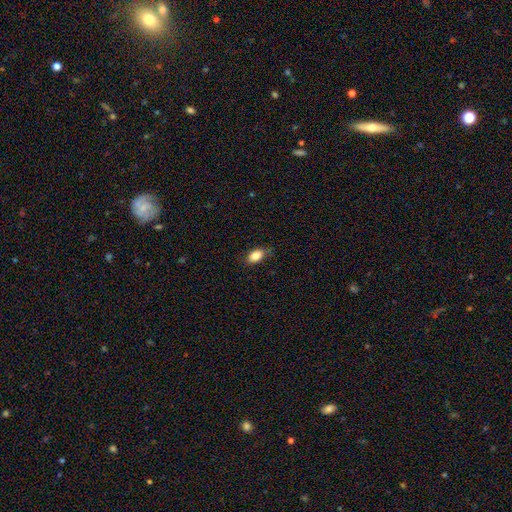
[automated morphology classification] Smooth or featured?
  - smooth: 85% *
  - star or artifact: 8%
  - featured or disk: 7%
How rounded?
  - in between: 88% *
  - round: 10%
  - cigar-shaped: 3%
Merging?
  - none: 79% *
  - minor disturbance: 17%
  - major disturbance: 3%
  - merger: 1%